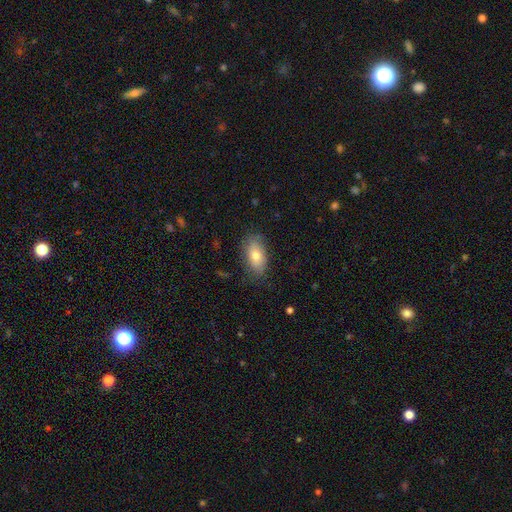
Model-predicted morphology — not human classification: The model was most divided on "smooth or featured": smooth: 75%, featured or disk: 17%, star or artifact: 7%. More confident: how rounded — in between (91%); merging — none (78%).